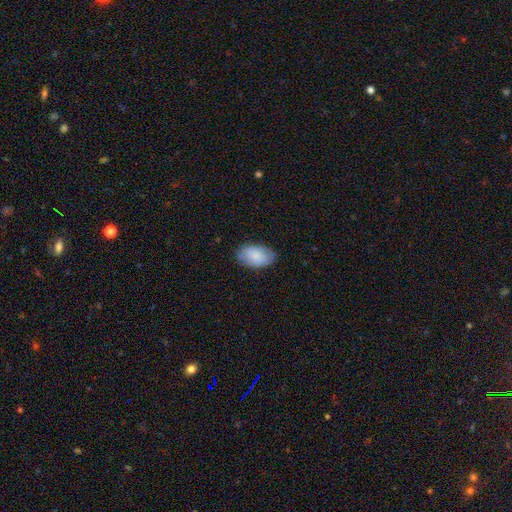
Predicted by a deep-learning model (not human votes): Smooth or featured: smooth — 83% (featured or disk — 11%)
How rounded: in between — 94% (round — 5%)
Merging: none — 81% (minor disturbance — 15%)